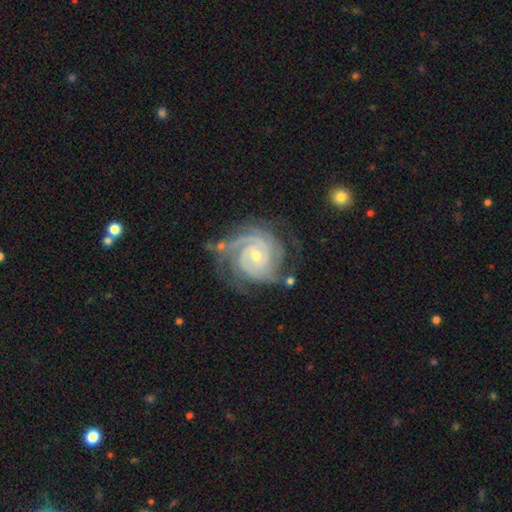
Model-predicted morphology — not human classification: The model was most divided on "spiral arm count": 2: 33%, 3: 30%, can't tell: 16%, 4: 10%, 1: 5%, more than 4: 5%. More confident: spiral arms — yes (98%); edge-on disk — no (98%); smooth or featured — featured or disk (91%); spiral winding — tight (78%); merging — none (65%); bar — no (62%); bulge size — small (56%).